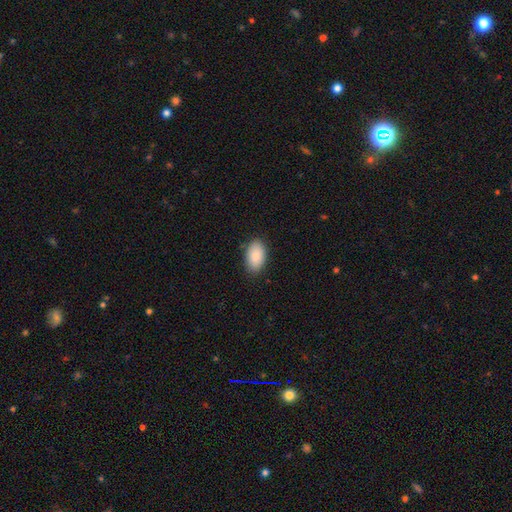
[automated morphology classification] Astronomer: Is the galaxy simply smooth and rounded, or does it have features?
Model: smooth — 88%.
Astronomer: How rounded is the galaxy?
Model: in between — 94%.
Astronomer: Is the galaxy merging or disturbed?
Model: none — 85%.